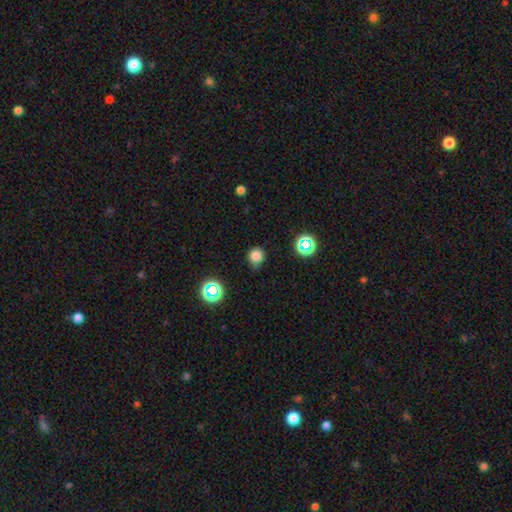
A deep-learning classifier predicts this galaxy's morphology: smooth-or-featured: smooth: 79% | star or artifact: 16% | featured or disk: 5%
  how-rounded: round: 91% | in between: 8% | cigar-shaped: 1%
  merging: none: 71% | minor disturbance: 22% | major disturbance: 4% | merger: 2%